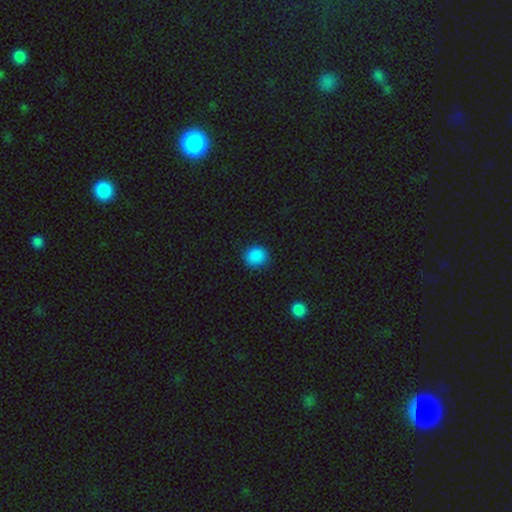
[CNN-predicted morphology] Overall: smooth (87%). How rounded: round (83%). Merging: none (89%).